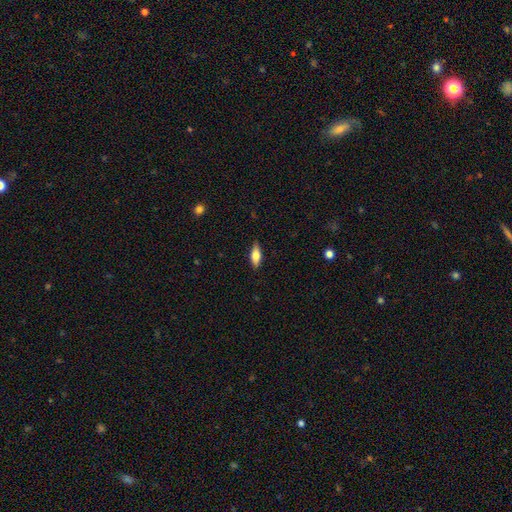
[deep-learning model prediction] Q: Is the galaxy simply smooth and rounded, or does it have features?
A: smooth — 66%.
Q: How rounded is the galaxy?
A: in between — 69%.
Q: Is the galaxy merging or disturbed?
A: none — 87%.